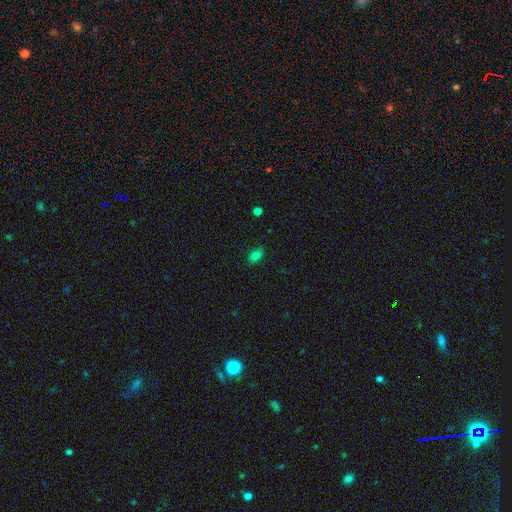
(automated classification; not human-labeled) This appears to be a smooth galaxy with no disk features (77%) that is in between round and cigar-shaped (75%). Merging: none (79%).